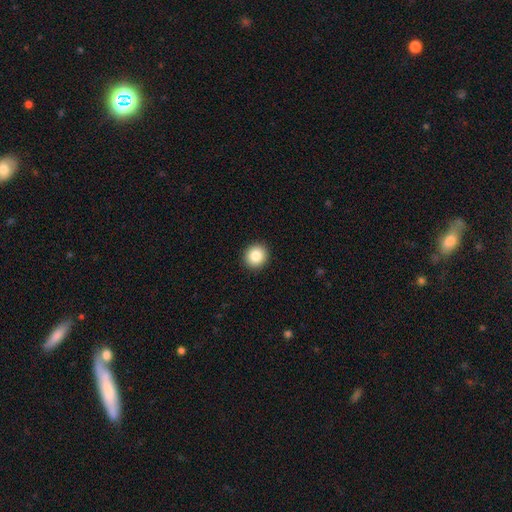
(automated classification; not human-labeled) Smooth or featured: smooth — 85% (star or artifact — 9%)
How rounded: round — 90% (in between — 9%)
Merging: none — 93% (minor disturbance — 5%)